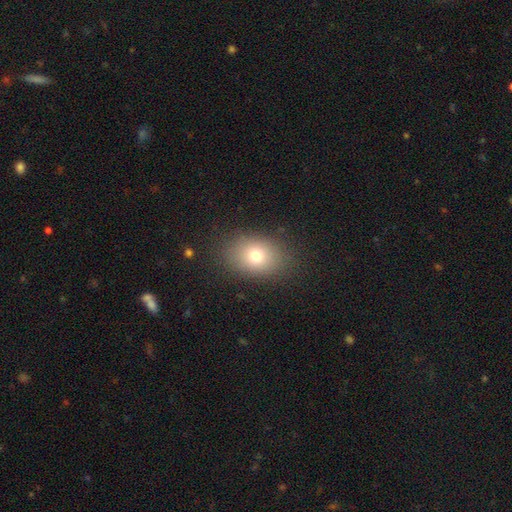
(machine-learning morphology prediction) A smooth galaxy with no disk features (73%) that is in between round and cigar-shaped (63%). Merging: none (85%).